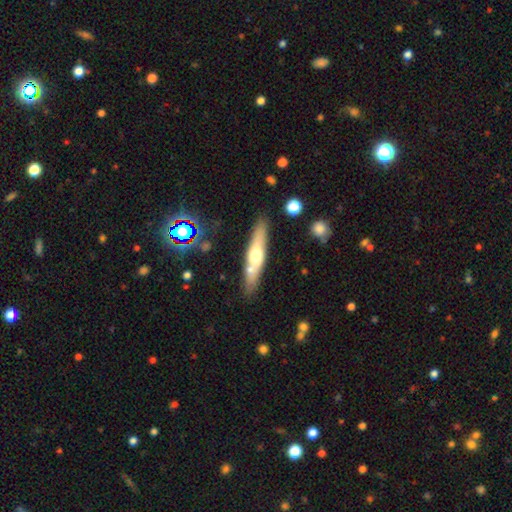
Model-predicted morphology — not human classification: Smooth or featured: featured or disk — 48% (smooth — 45%)
Merging: none — 78% (minor disturbance — 11%)